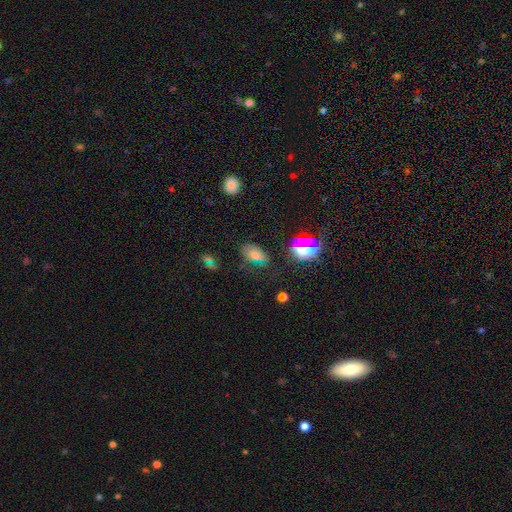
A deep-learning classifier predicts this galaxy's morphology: smooth 54%, star or artifact 32%, featured or disk 14%. Down the decision tree: how rounded — in between (86%); merging — none (66%).